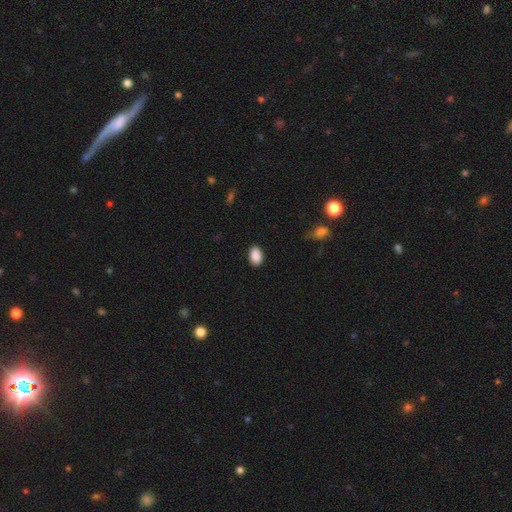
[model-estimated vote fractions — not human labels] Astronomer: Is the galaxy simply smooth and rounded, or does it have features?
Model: smooth — 90%.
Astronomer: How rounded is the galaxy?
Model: in between — 89%.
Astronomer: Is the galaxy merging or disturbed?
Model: none — 87%.